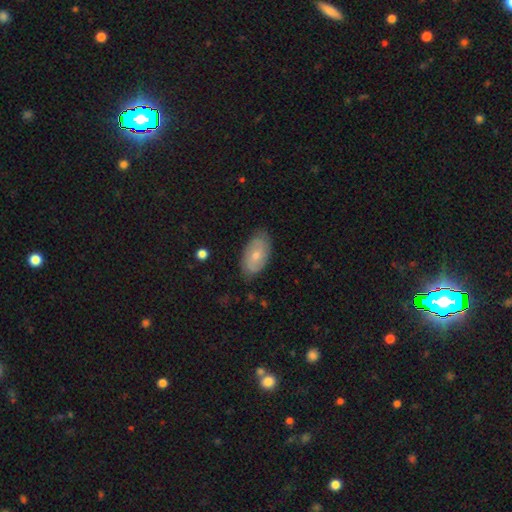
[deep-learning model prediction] smooth_or_featured: smooth (p=0.57) [alt: featured or disk p=0.36]
how_rounded: in between (p=0.93) [alt: round p=0.04]
merging: none (p=0.75) [alt: minor disturbance p=0.20]